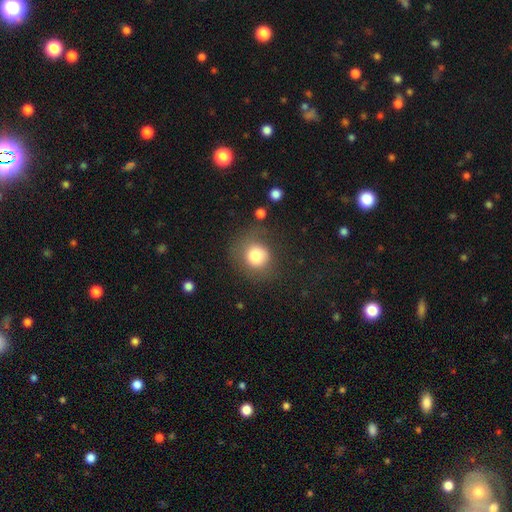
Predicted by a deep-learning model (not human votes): Morphology: type=smooth (79%); roundness=round (85%); merging=none (63%).